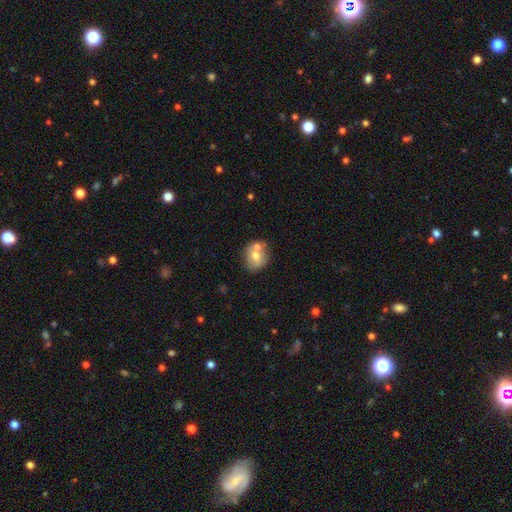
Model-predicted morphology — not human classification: Q: Smooth or featured?
A: smooth (67%); runner-up: featured or disk (25%)
Q: How rounded?
A: round (64%); runner-up: in between (35%)
Q: Merging?
A: none (55%); runner-up: merger (27%)